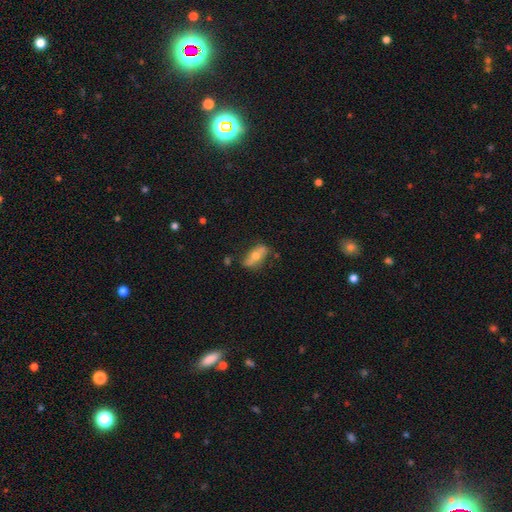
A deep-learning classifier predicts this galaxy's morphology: Smooth or featured? Predicted: smooth (p=0.49). Merging? Predicted: none (p=0.69).